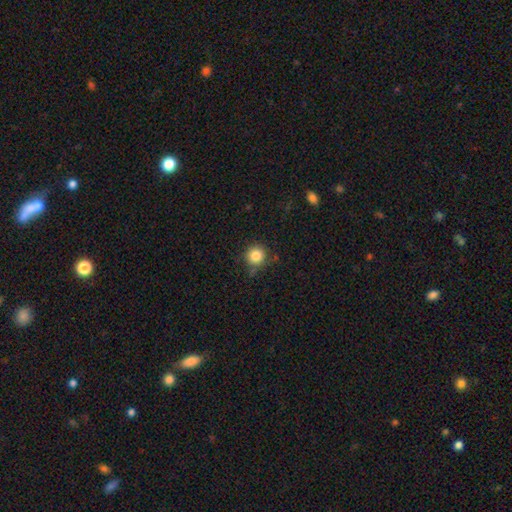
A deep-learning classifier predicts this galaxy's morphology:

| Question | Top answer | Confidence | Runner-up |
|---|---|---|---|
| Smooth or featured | smooth | 83% | star or artifact (11%) |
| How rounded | round | 93% | in between (6%) |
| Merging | none | 76% | minor disturbance (17%) |